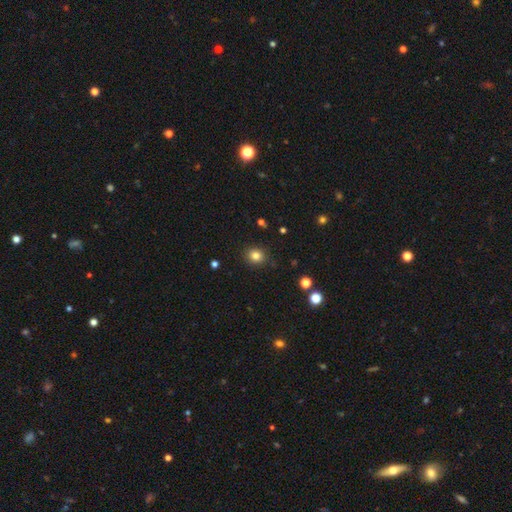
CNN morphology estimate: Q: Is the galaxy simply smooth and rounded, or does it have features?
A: smooth — 82%.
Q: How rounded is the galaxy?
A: round — 78%.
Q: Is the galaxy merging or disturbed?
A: none — 88%.